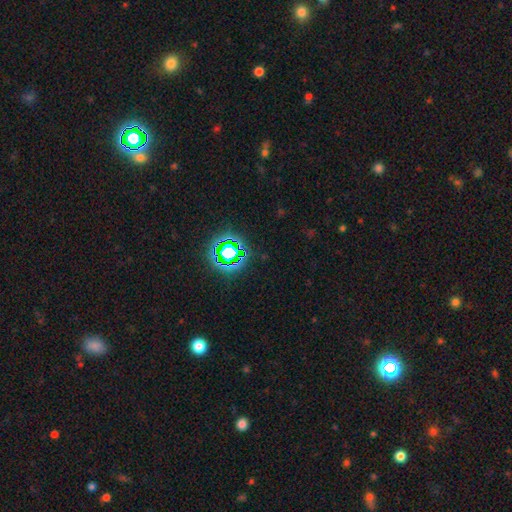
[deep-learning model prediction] A star or artifact, not a galaxy (78%).

Vote fractions:
- Smooth or featured? star or artifact: 78% / smooth: 15% / featured or disk: 8%